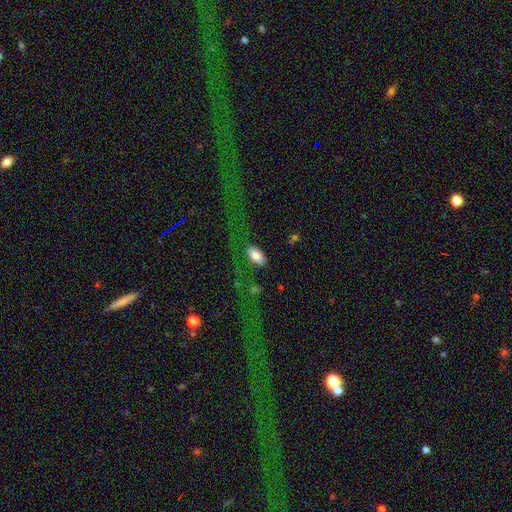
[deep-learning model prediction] Smooth or featured? smooth (84%)
How rounded? in between (94%)
Merging? none (78%)